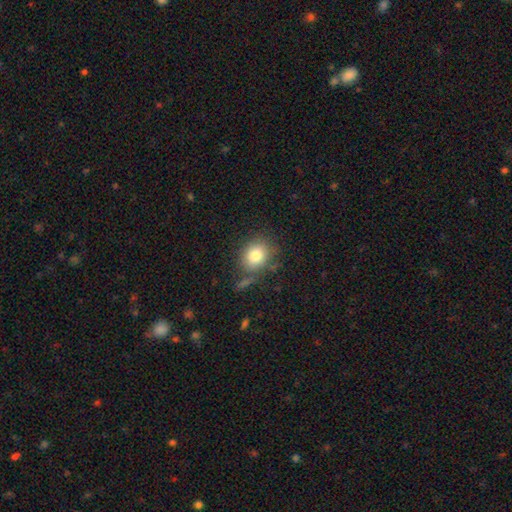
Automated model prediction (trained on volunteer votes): This is clearly a smooth galaxy (80%). How rounded: likely round (62%). Merging: likely none (73%).